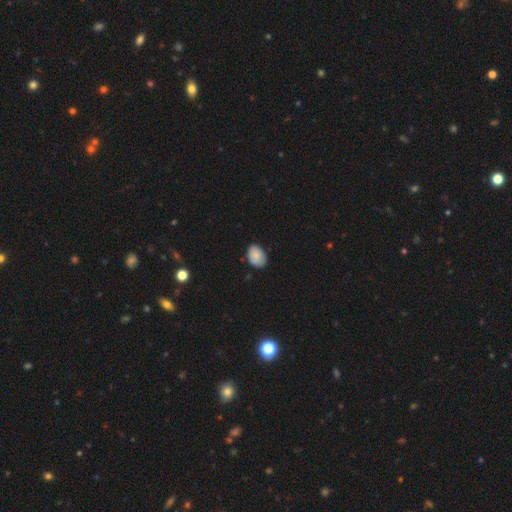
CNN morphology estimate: smooth_or_featured: smooth (p=0.84) [alt: featured or disk p=0.09]
how_rounded: in between (p=0.79) [alt: round p=0.20]
merging: none (p=0.74) [alt: minor disturbance p=0.22]